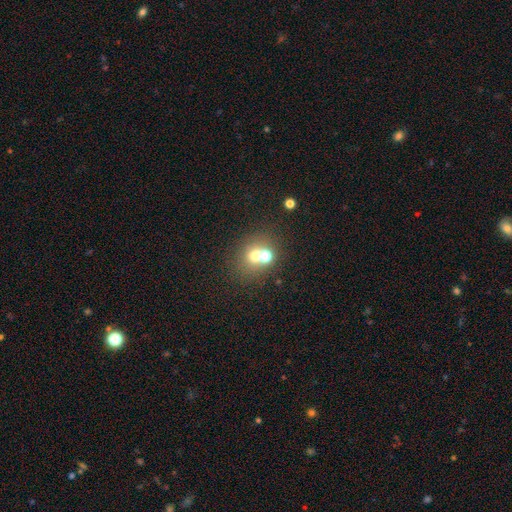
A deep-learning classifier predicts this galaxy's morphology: smooth_or_featured: smooth (p=0.62) [alt: star or artifact p=0.20]
how_rounded: round (p=0.76) [alt: in between p=0.23]
merging: none (p=0.50) [alt: merger p=0.39]